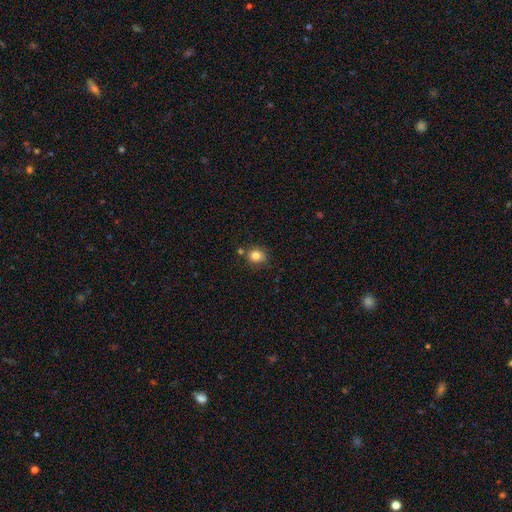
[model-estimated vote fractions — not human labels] smooth-or-featured: smooth: 83% | star or artifact: 11% | featured or disk: 6%
  how-rounded: round: 80% | in between: 19% | cigar-shaped: 1%
  merging: none: 70% | minor disturbance: 17% | merger: 9% | major disturbance: 4%